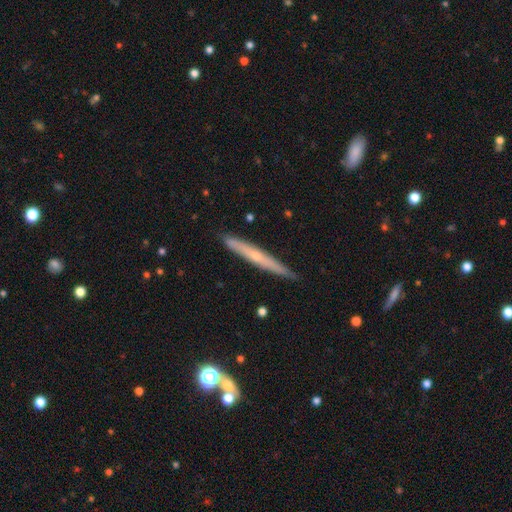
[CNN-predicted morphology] This appears to be a featured or disk galaxy (57%) viewed edge-on (95%) with a rounded central bulge (55%). Merging: none (87%).